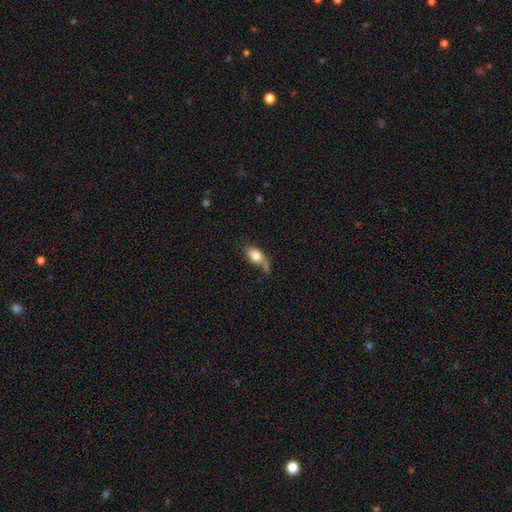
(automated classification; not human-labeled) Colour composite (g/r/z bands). It shows a smooth galaxy with no disk features (76%) that is in between round and cigar-shaped (82%). Merging: none (40%).